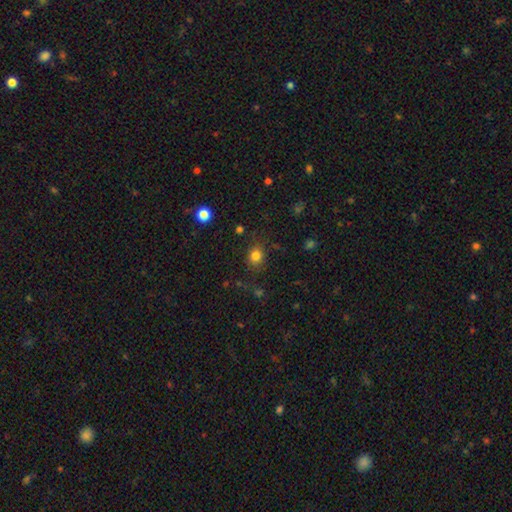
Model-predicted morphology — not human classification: A smooth galaxy with no disk features (80%) that is round (76%). Merging: none (80%).